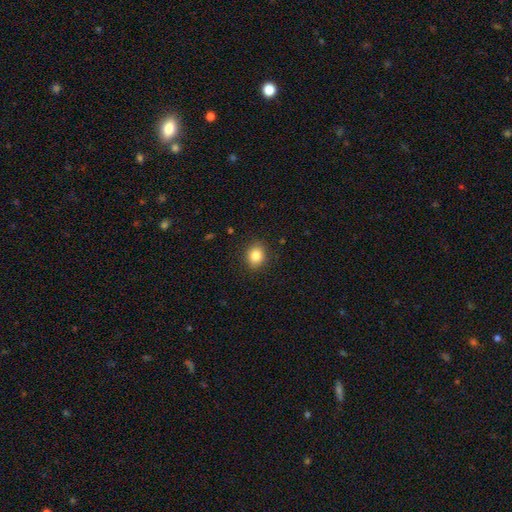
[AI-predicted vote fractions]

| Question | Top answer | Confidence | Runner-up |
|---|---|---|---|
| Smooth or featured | smooth | 84% | star or artifact (10%) |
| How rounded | round | 59% | in between (40%) |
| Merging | none | 89% | minor disturbance (8%) |